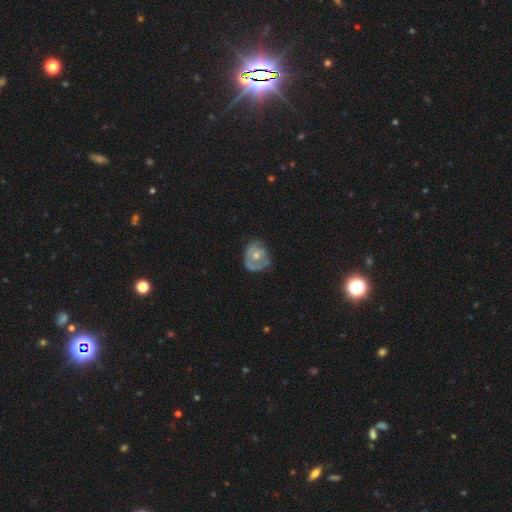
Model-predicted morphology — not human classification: smooth-or-featured: smooth: 47% | featured or disk: 46% | star or artifact: 7%
  merging: none: 50% | minor disturbance: 33% | major disturbance: 15% | merger: 2%